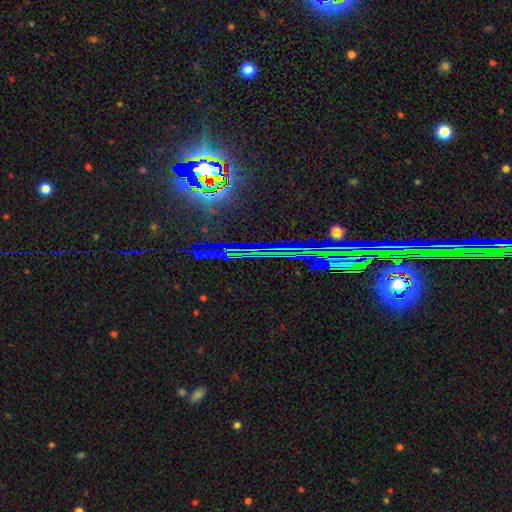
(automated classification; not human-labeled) Smooth or featured: star or artifact — 80% (featured or disk — 10%)